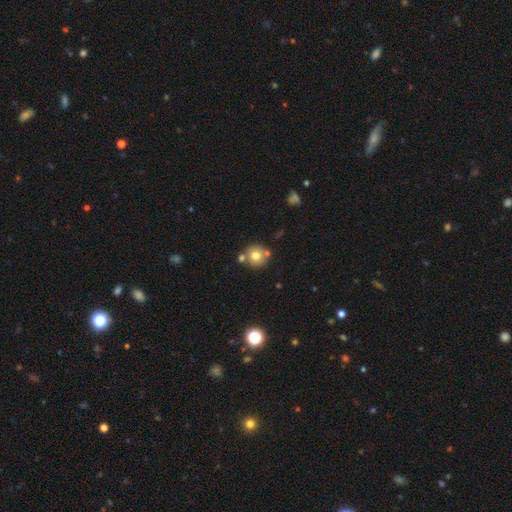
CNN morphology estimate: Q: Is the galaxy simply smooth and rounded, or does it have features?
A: smooth — 72%.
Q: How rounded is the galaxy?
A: round — 91%.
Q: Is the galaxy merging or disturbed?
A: none — 69%.